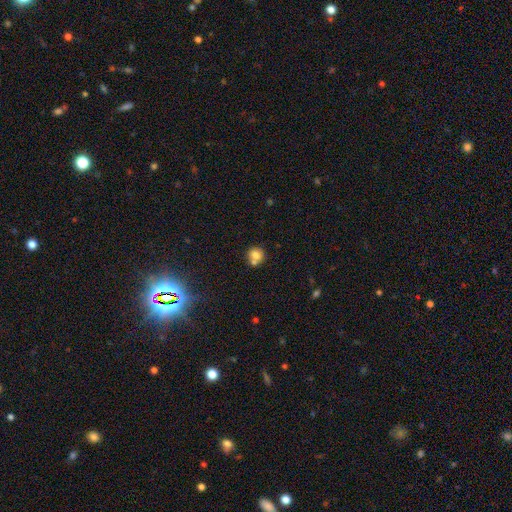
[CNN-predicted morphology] This is likely a smooth galaxy (74%). How rounded: clearly round (85%). Merging: possibly none (54%).